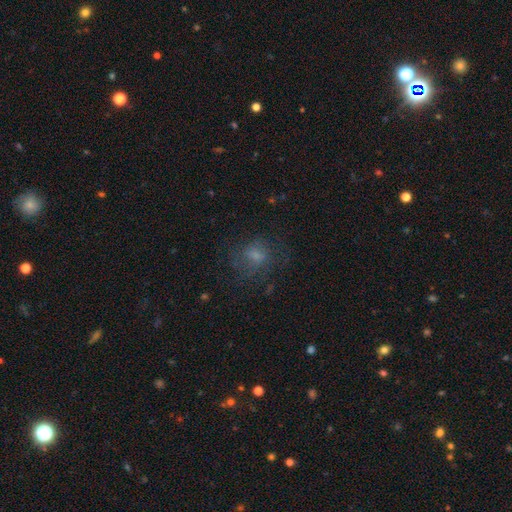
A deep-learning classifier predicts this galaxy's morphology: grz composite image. It shows a smooth galaxy with no disk features (56%) that is round (60%). Merging: none (62%).